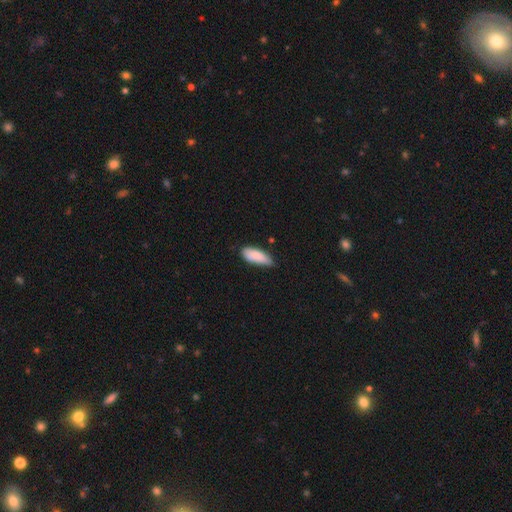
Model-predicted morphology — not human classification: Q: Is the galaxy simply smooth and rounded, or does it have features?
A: smooth — 85%.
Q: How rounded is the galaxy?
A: in between — 75%.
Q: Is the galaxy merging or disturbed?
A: none — 60%.